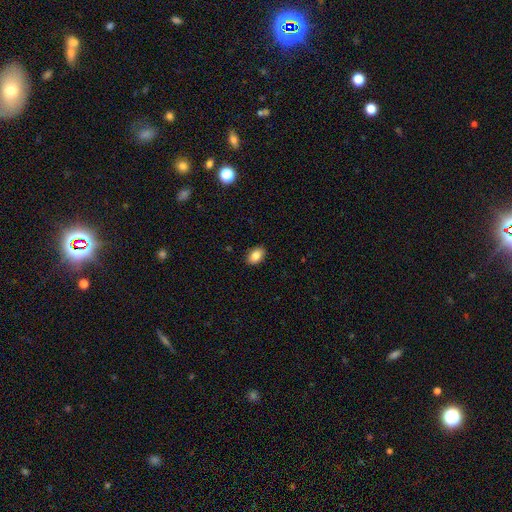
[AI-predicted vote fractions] smooth 85%, star or artifact 8%, featured or disk 7%. Down the decision tree: how rounded — in between (86%); merging — none (89%).